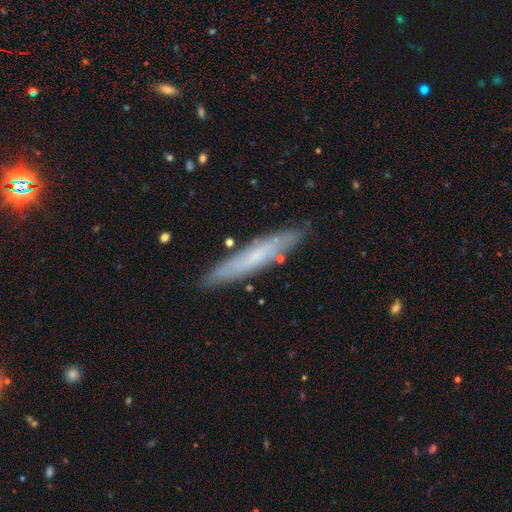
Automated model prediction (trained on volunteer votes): Morphology: type=smooth (49%); merging=none (84%).